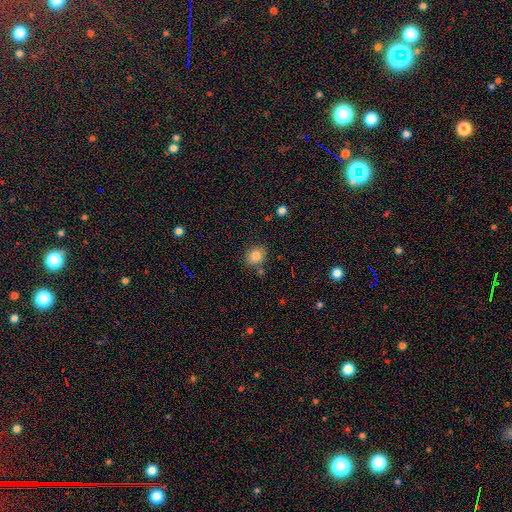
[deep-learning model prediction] Overall: smooth (82%). How rounded: round (62%; in between 37%). Merging: none (76%).